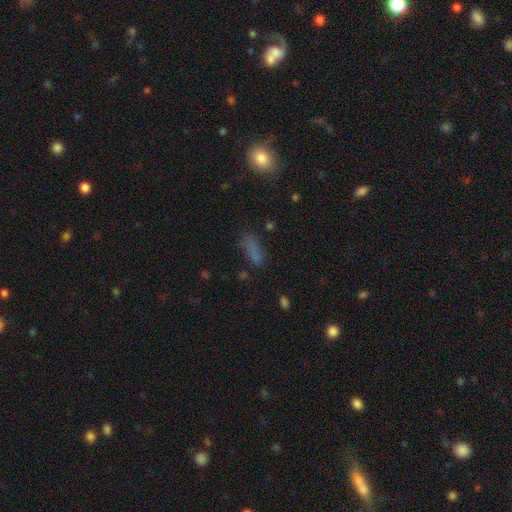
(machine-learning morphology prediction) Q: Smooth or featured?
A: smooth (71%); runner-up: star or artifact (19%)
Q: How rounded?
A: in between (54%); runner-up: cigar-shaped (39%)
Q: Merging?
A: none (64%); runner-up: minor disturbance (20%)